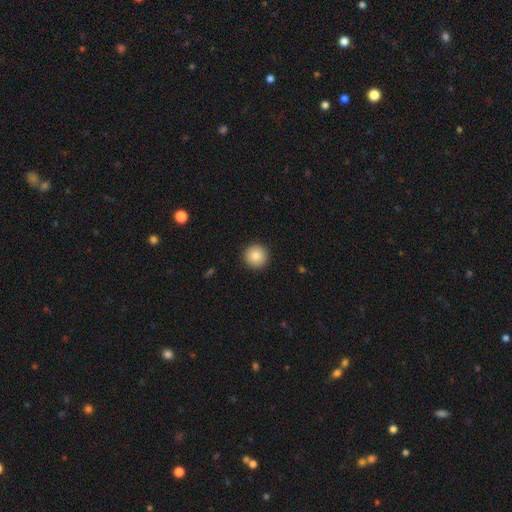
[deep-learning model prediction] Smooth or featured? smooth (85%)
How rounded? round (95%)
Merging? none (93%)